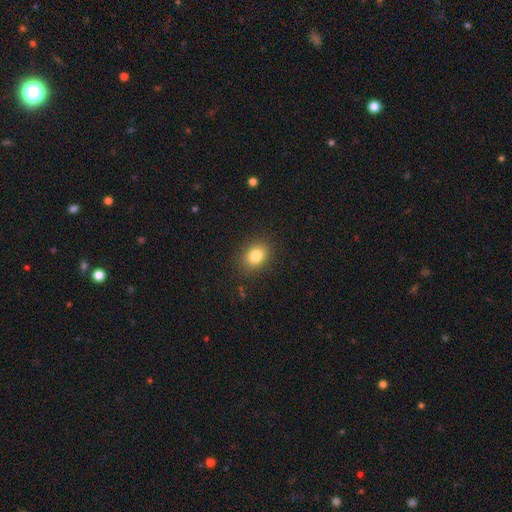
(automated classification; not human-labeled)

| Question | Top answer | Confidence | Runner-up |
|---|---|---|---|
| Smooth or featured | smooth | 82% | star or artifact (11%) |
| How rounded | in between | 53% | round (46%) |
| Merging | none | 87% | minor disturbance (9%) |